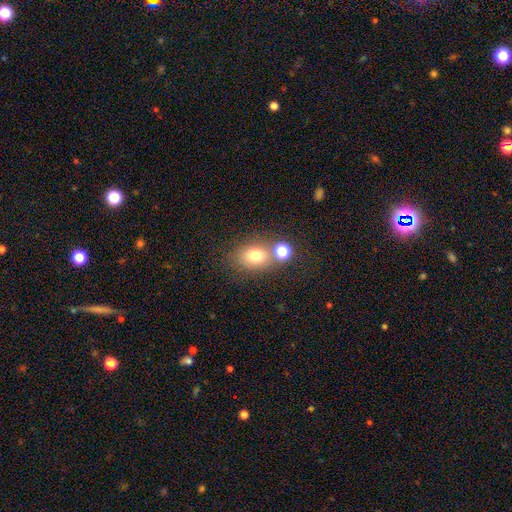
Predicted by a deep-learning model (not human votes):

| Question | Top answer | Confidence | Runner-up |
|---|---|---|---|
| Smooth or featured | smooth | 73% | star or artifact (15%) |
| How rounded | in between | 52% | round (47%) |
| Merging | none | 61% | merger (21%) |